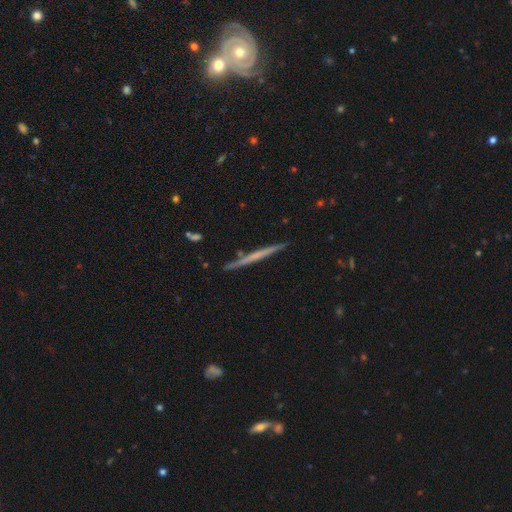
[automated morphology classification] Overall: featured or disk (55%; smooth 40%). Edge-on disk: yes (97%). Edge-on bulge: none (89%). Merging: none (89%).